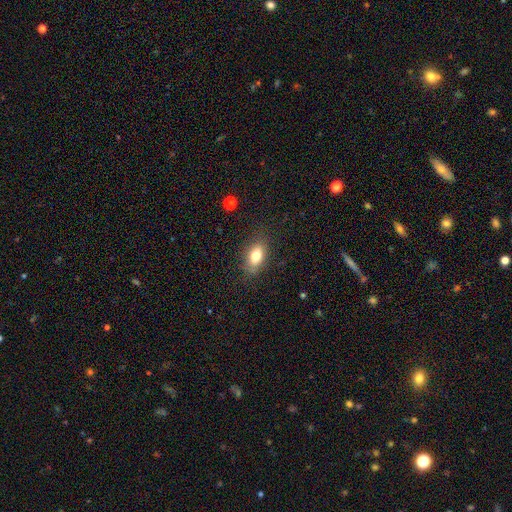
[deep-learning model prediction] A smooth galaxy with no disk features (76%) that is in between round and cigar-shaped (84%). Merging: none (82%).